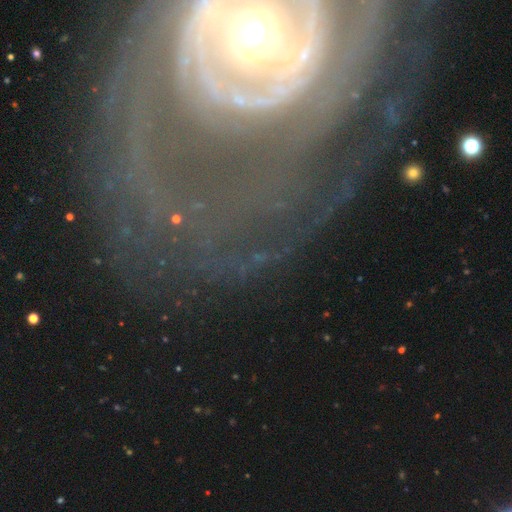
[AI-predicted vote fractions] featured or disk 68%, star or artifact 19%, smooth 13%. Down the decision tree: edge-on disk — no (89%); bar — strong (38%); spiral arms — yes (82%); bulge size — small (46%); merging — none (68%).